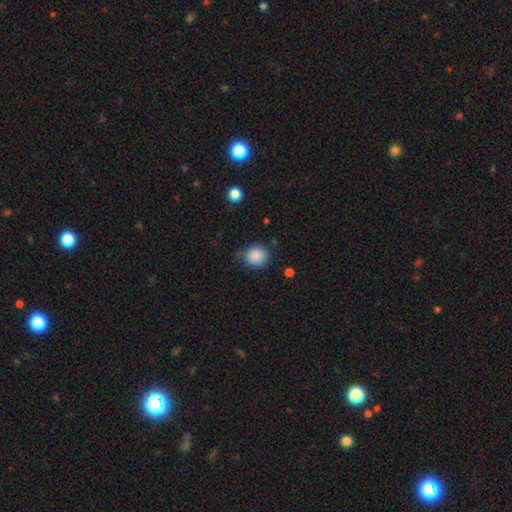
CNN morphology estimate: A smooth galaxy with no disk features (88%) that is round (80%).

Vote fractions:
- Smooth or featured? smooth: 88% / star or artifact: 9% / featured or disk: 4%
- How rounded? round: 80% / in between: 19% / cigar-shaped: 1%
- Merging? none: 76% / minor disturbance: 17% / major disturbance: 4% / merger: 2%